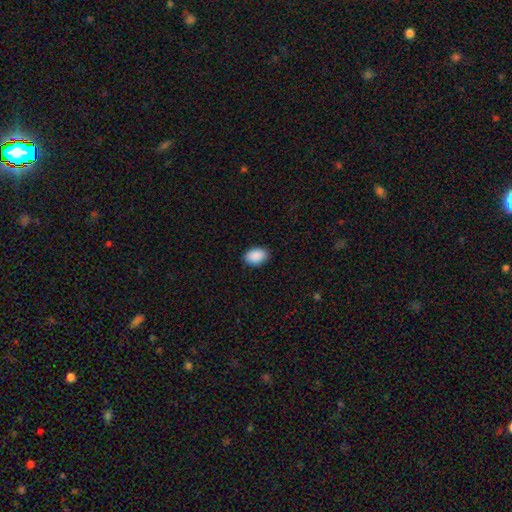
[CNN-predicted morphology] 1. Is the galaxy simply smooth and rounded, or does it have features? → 91% smooth, 7% star or artifact, 3% featured or disk.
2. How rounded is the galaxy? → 87% in between, 12% round, 1% cigar-shaped.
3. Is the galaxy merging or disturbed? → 89% none, 8% minor disturbance, 2% major disturbance, 1% merger.